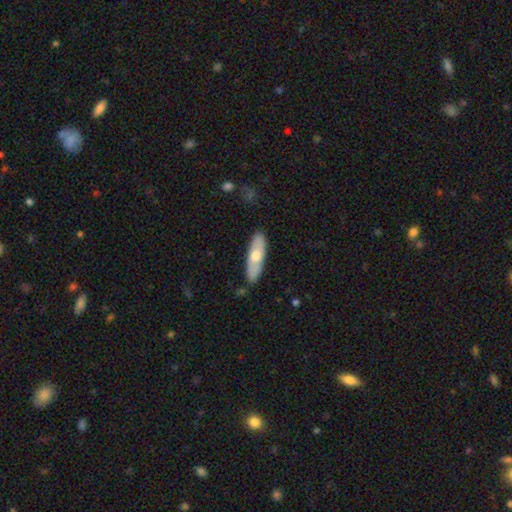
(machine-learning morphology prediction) A smooth galaxy with no disk features (55%) that is cigar-shaped (53%). Merging: none (85%).